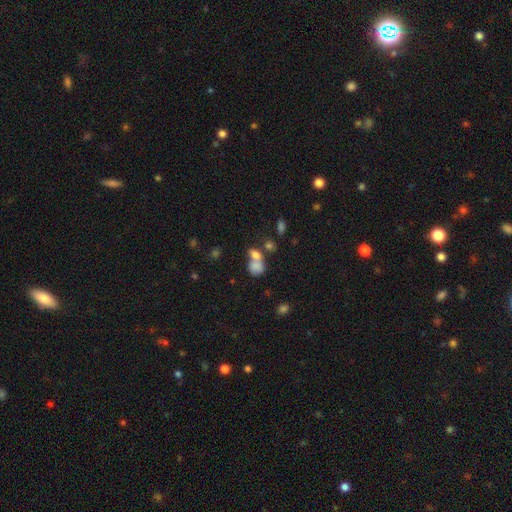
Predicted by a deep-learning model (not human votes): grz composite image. It shows a smooth galaxy with no disk features (75%) that is in between round and cigar-shaped (61%). Merging: merger (57%).